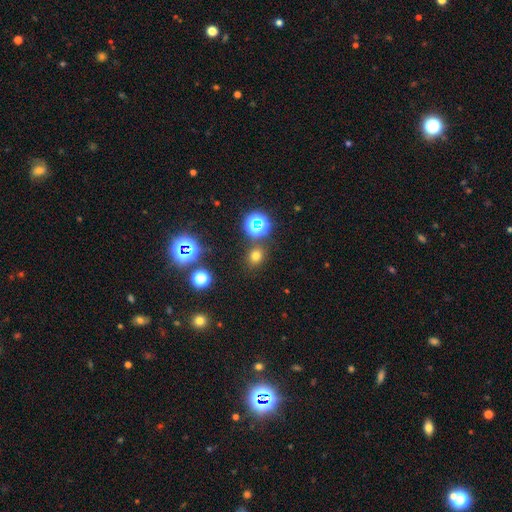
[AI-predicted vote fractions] A smooth galaxy with no disk features (66%) that is round (74%). Merging: none (82%).